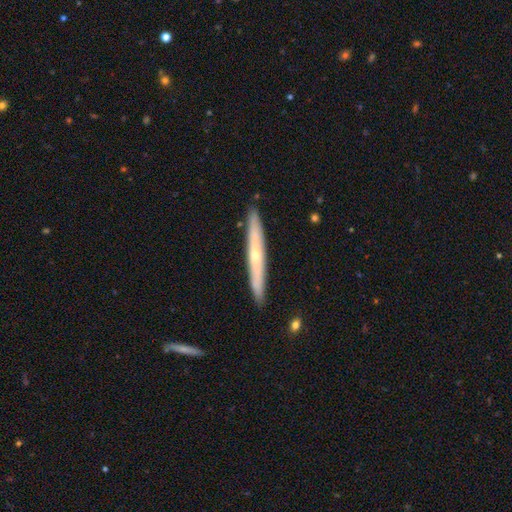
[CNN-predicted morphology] This is possibly a featured or disk galaxy (58%). It is clearly viewed edge-on (93%). Edge-on bulge: likely rounded (62%). Merging: clearly none (91%).